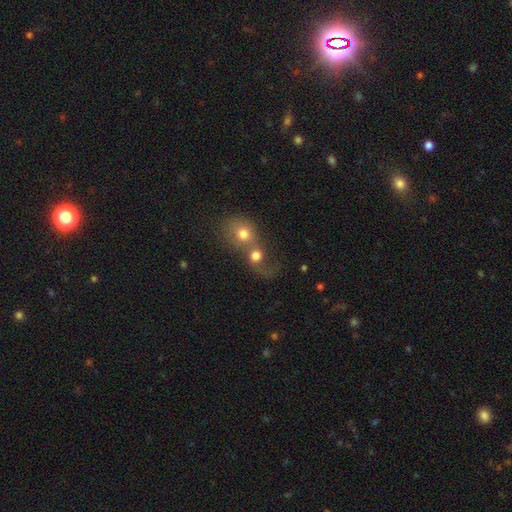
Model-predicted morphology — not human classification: smooth-or-featured: smooth: 70% | featured or disk: 18% | star or artifact: 12%
  how-rounded: round: 74% | in between: 25% | cigar-shaped: 2%
  merging: merger: 69% | none: 18% | major disturbance: 7% | minor disturbance: 5%